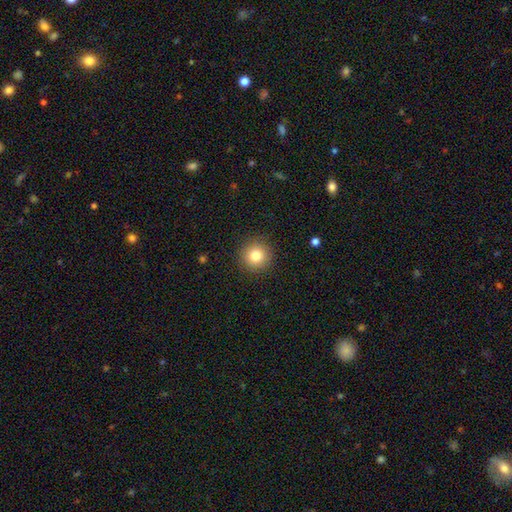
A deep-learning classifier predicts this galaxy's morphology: Smooth or featured? Predicted: smooth (p=0.81). How rounded? Predicted: round (p=0.95). Merging? Predicted: none (p=0.91).